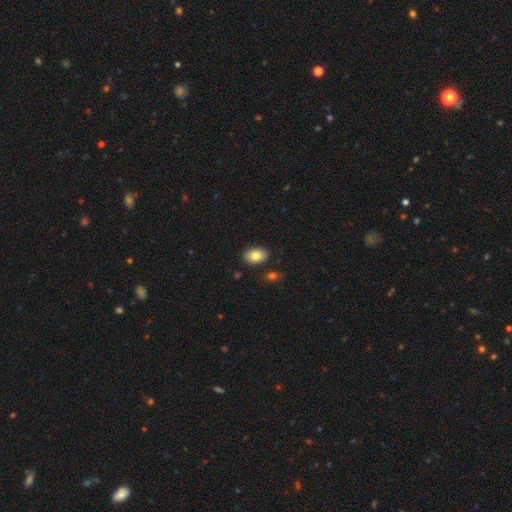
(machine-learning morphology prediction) The model was most divided on "how rounded": in between: 85%, round: 14%, cigar-shaped: 1%. More confident: merging — none (87%); smooth or featured — smooth (83%).